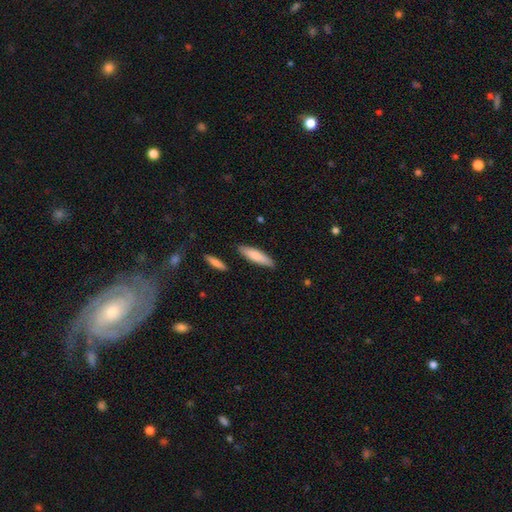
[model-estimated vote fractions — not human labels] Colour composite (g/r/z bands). It shows a smooth galaxy with no disk features (81%) that is cigar-shaped (71%). Merging: none (85%).